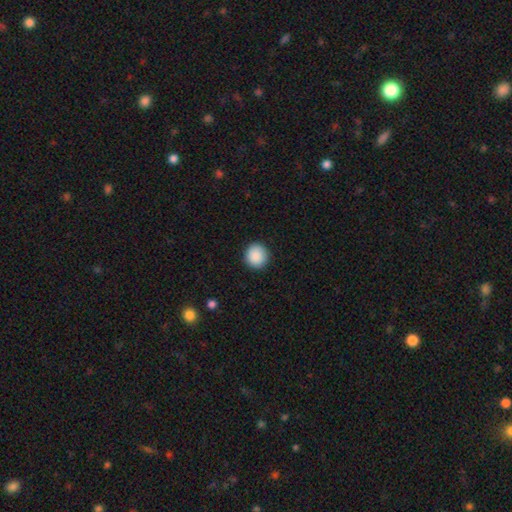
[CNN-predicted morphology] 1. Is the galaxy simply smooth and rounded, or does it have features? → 90% smooth, 8% star or artifact, 3% featured or disk.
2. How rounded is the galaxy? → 93% round, 6% in between, 1% cigar-shaped.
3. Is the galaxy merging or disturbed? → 92% none, 6% minor disturbance, 2% major disturbance, 1% merger.